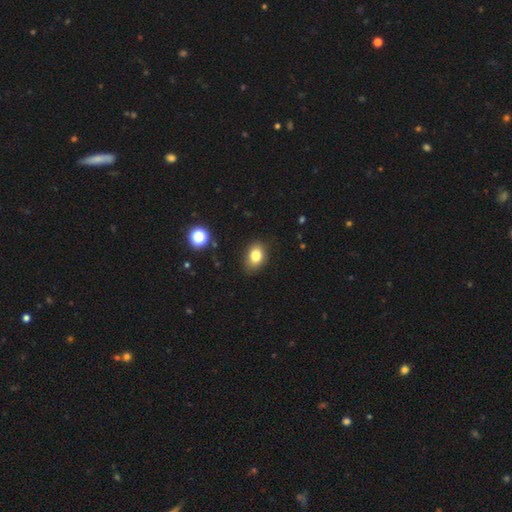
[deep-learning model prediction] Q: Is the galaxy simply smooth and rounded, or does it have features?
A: smooth — 81%.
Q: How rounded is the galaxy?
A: in between — 72%.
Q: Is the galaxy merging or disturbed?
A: none — 85%.